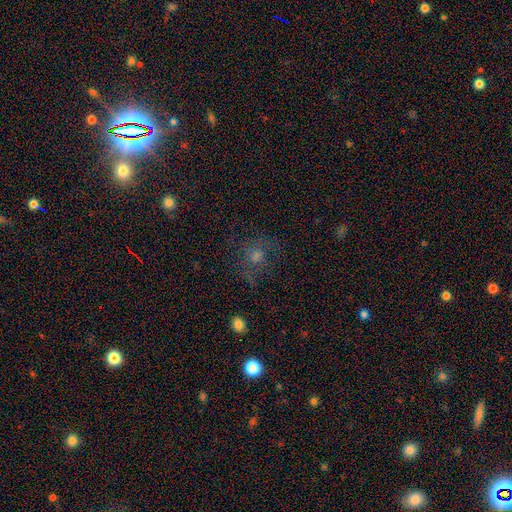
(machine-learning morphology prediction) Smooth or featured: smooth — 45% (featured or disk — 29%)
Merging: none — 64% (minor disturbance — 17%)